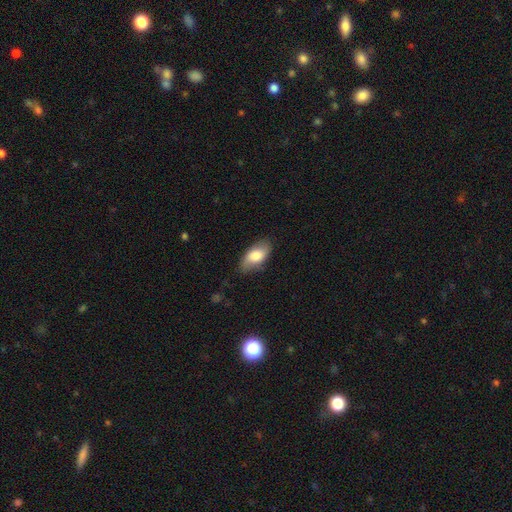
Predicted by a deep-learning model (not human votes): This is likely a smooth galaxy (73%). How rounded: clearly in between (92%). Merging: likely none (74%).